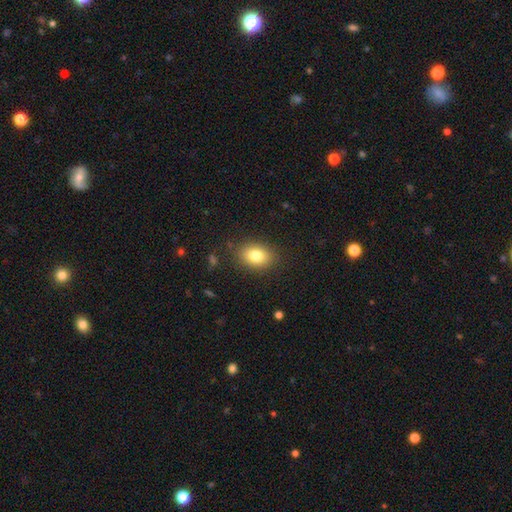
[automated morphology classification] This is clearly a smooth galaxy (81%). How rounded: likely in between (71%). Merging: clearly none (86%).